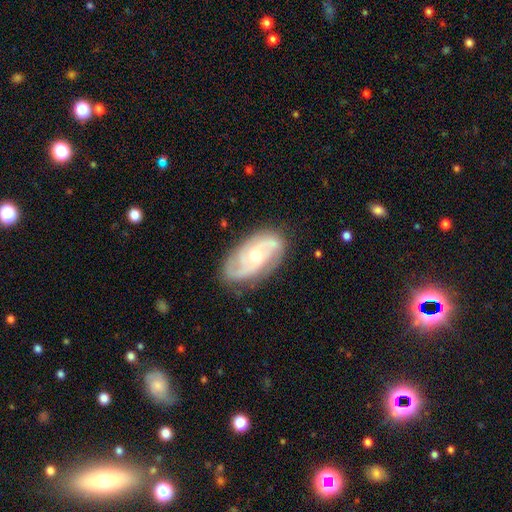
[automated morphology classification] smooth_or_featured: featured or disk (p=0.85) [alt: smooth p=0.10]
disk_edge_on: no (p=0.96) [alt: yes p=0.04]
bar: no (p=0.62) [alt: weak p=0.31]
has_spiral_arms: yes (p=0.97) [alt: no p=0.03]
spiral_winding: medium (p=0.46) [alt: tight p=0.40]
spiral_arm_count: 2 (p=0.42) [alt: 3 p=0.32]
bulge_size: small (p=0.53) [alt: moderate p=0.43]
merging: none (p=0.79) [alt: minor disturbance p=0.15]